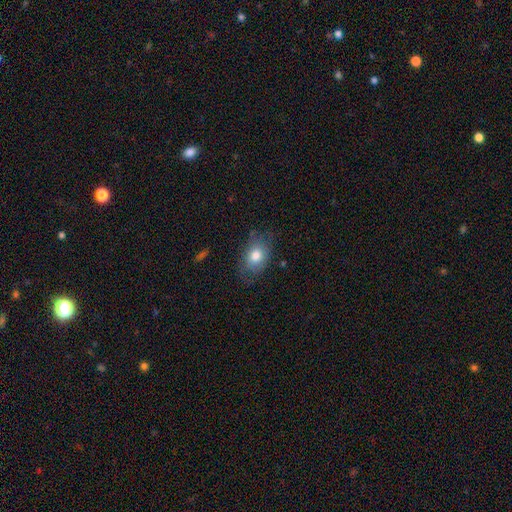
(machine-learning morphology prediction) Q: Smooth or featured?
A: smooth (75%); runner-up: featured or disk (17%)
Q: How rounded?
A: in between (78%); runner-up: round (20%)
Q: Merging?
A: none (67%); runner-up: minor disturbance (23%)